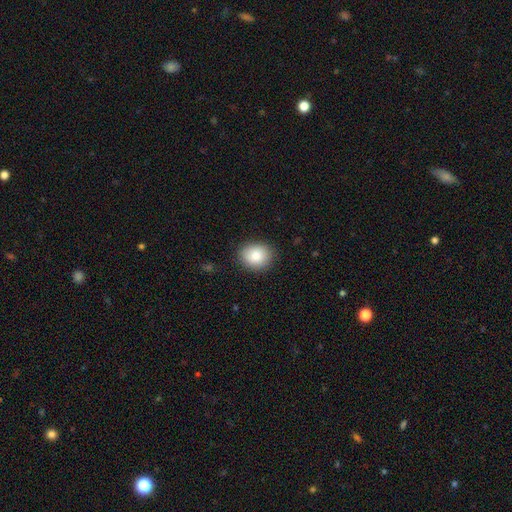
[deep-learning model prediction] smooth-or-featured: smooth: 85% | star or artifact: 8% | featured or disk: 7%
  how-rounded: round: 63% | in between: 36% | cigar-shaped: 1%
  merging: none: 87% | minor disturbance: 9% | major disturbance: 2% | merger: 1%